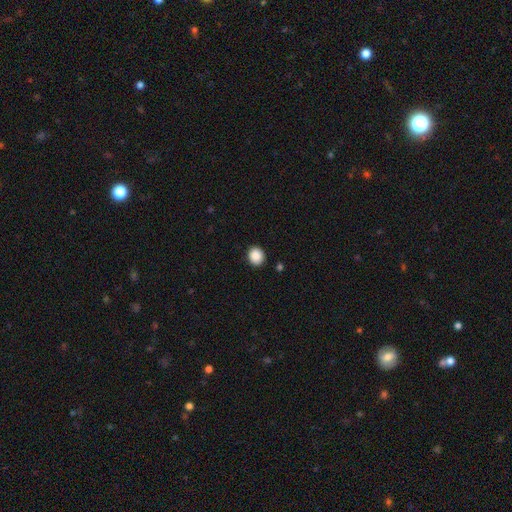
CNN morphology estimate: This is clearly a smooth galaxy (89%). How rounded: likely round (74%). Merging: clearly none (90%).